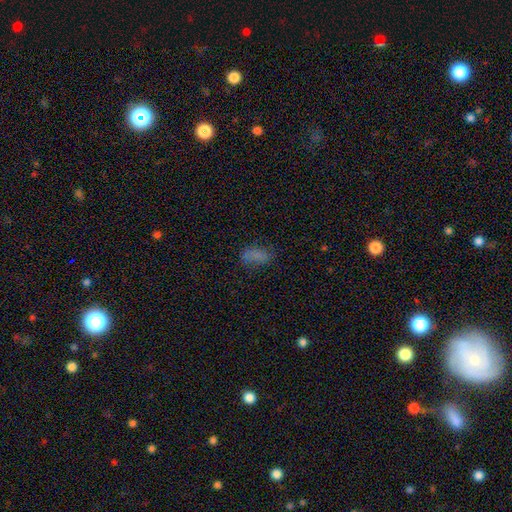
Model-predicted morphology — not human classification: A smooth galaxy with no disk features (72%) that is in between round and cigar-shaped (85%). Merging: none (63%).